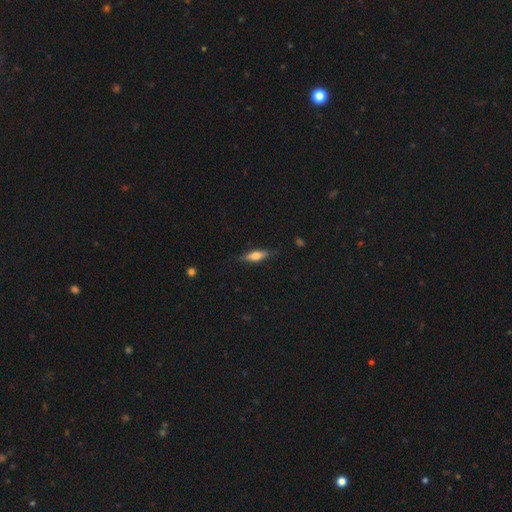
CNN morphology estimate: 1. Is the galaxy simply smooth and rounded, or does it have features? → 62% smooth, 32% featured or disk, 7% star or artifact.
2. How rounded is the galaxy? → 53% cigar-shaped, 44% in between, 3% round.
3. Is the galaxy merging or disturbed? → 80% none, 15% minor disturbance, 3% major disturbance, 1% merger.